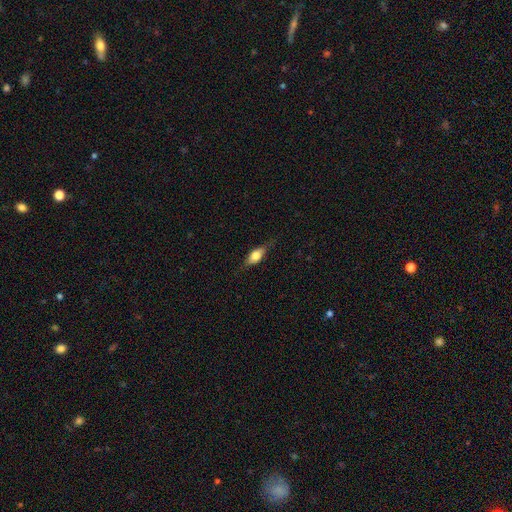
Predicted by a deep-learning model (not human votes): Smooth or featured? Predicted: smooth (p=0.59). How rounded? Predicted: in between (p=0.72). Merging? Predicted: none (p=0.76).